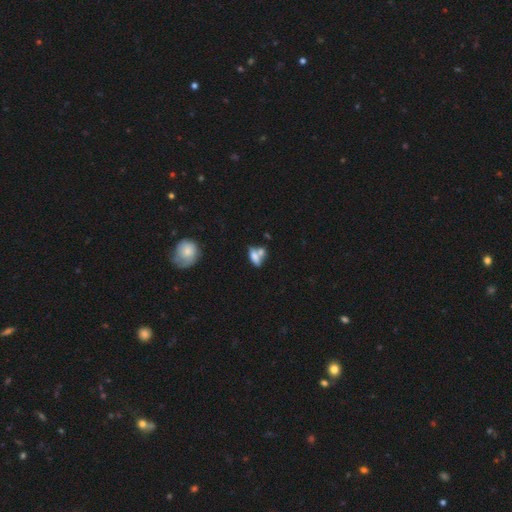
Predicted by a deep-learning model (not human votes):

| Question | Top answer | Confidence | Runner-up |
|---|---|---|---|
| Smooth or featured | smooth | 67% | featured or disk (23%) |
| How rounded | in between | 79% | cigar-shaped (13%) |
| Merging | merger | 49% | none (32%) |